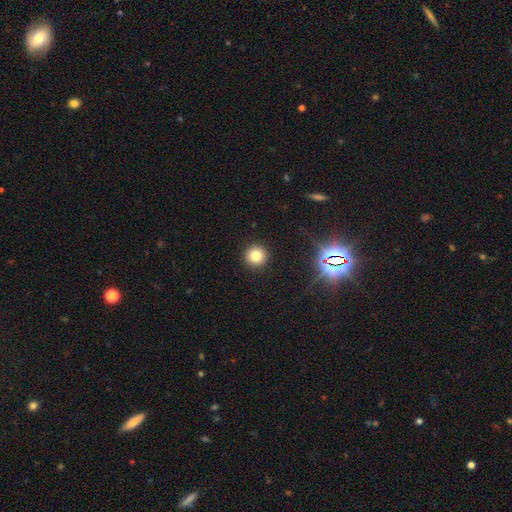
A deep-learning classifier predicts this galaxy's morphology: The model was most divided on "smooth or featured": smooth: 78%, star or artifact: 15%, featured or disk: 7%. More confident: how rounded — round (95%); merging — none (92%).